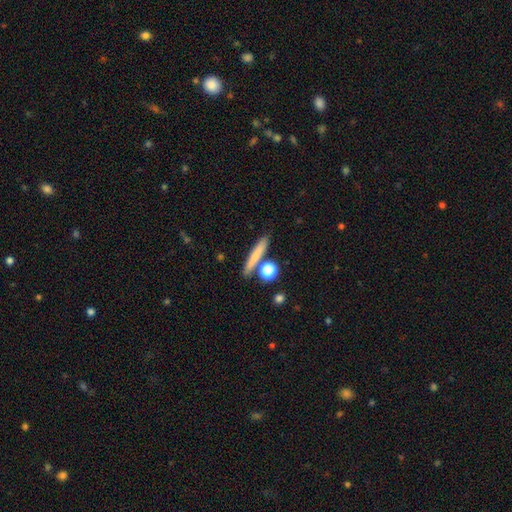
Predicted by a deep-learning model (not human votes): A smooth galaxy with no disk features (71%) that is cigar-shaped (77%). Merging: none (75%).